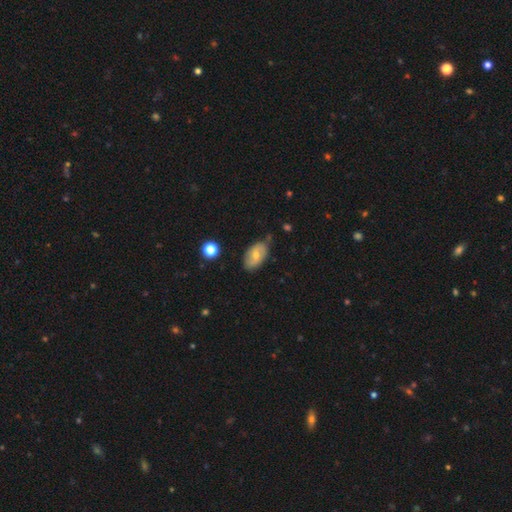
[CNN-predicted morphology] Q: Smooth or featured?
A: smooth (52%); runner-up: featured or disk (40%)
Q: How rounded?
A: in between (91%); runner-up: round (7%)
Q: Merging?
A: none (72%); runner-up: minor disturbance (22%)